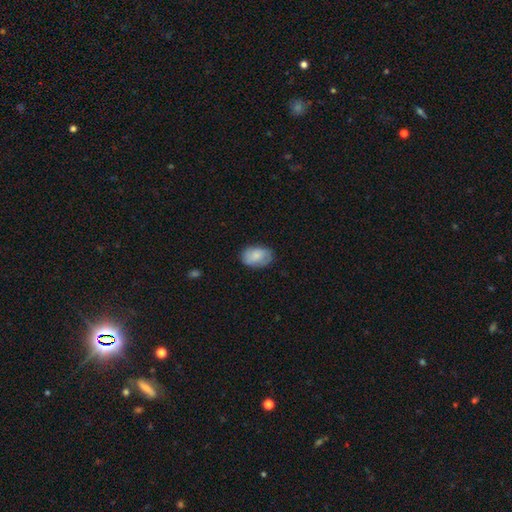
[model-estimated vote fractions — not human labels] A smooth galaxy with no disk features (78%) that is in between round and cigar-shaped (85%). Merging: none (78%).